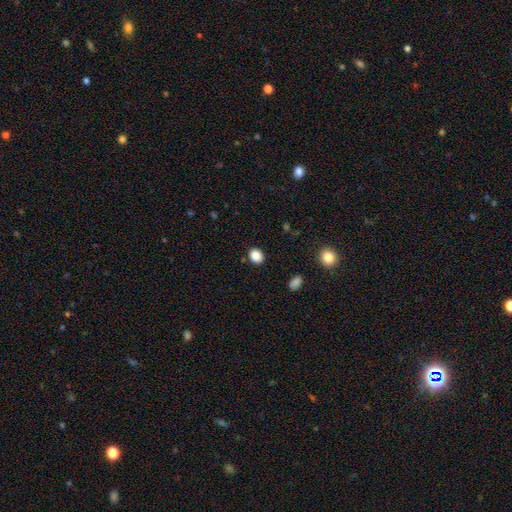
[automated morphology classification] A smooth galaxy with no disk features (87%) that is round (55%).

Vote fractions:
- Smooth or featured? smooth: 87% / star or artifact: 10% / featured or disk: 3%
- How rounded? round: 55% / in between: 44% / cigar-shaped: 1%
- Merging? none: 89% / minor disturbance: 7% / major disturbance: 2% / merger: 2%